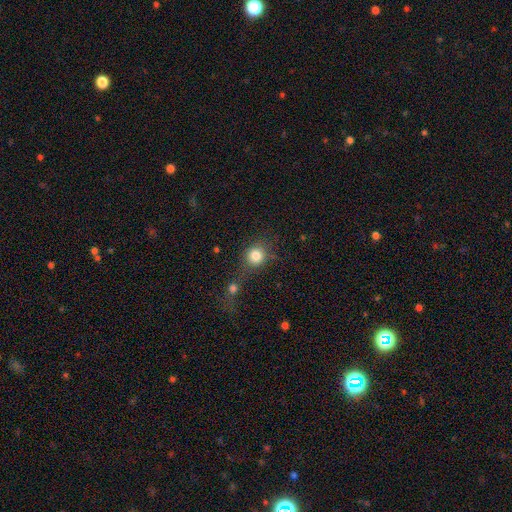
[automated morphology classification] The model was most divided on "merging": none: 54%, merger: 26%, minor disturbance: 12%, major disturbance: 8%. More confident: how rounded — round (87%); smooth or featured — smooth (82%).